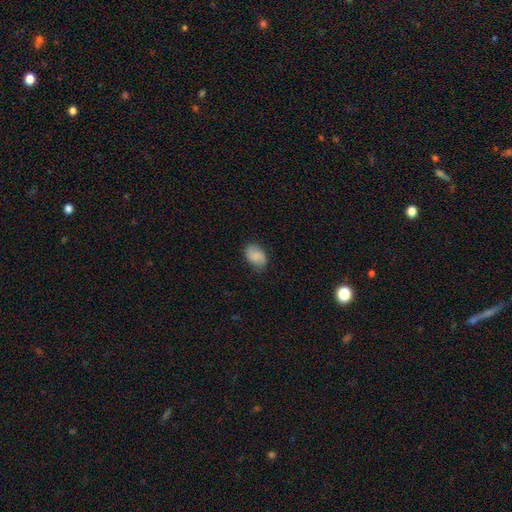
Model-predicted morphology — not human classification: A smooth galaxy with no disk features (78%) that is in between round and cigar-shaped (85%). Merging: none (78%).